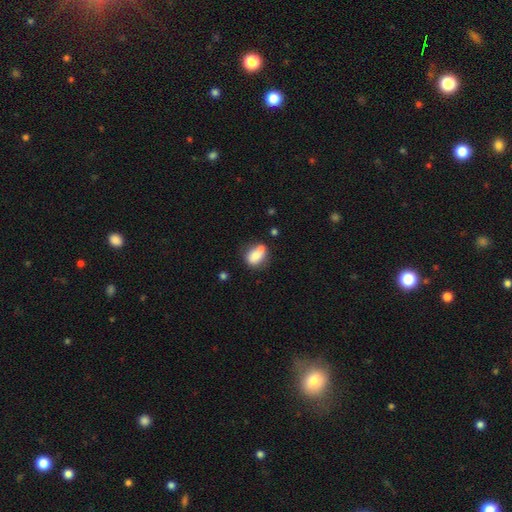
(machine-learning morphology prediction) This is likely a smooth galaxy (75%). How rounded: likely in between (66%). Merging: marginally none (39%).